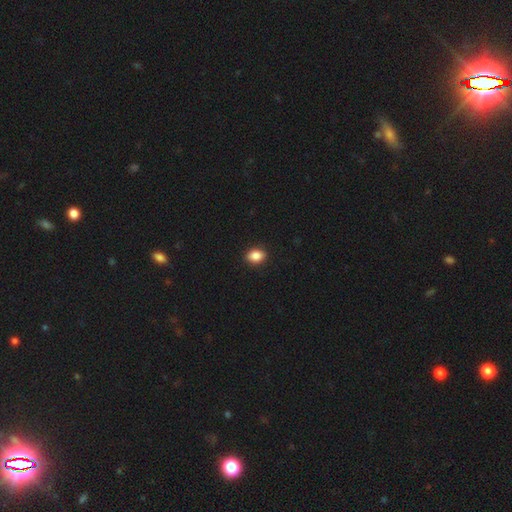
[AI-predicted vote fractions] Smooth or featured?
  - smooth: 88% *
  - star or artifact: 9%
  - featured or disk: 4%
How rounded?
  - in between: 70% *
  - round: 29%
  - cigar-shaped: 1%
Merging?
  - none: 91% *
  - minor disturbance: 6%
  - major disturbance: 2%
  - merger: 1%